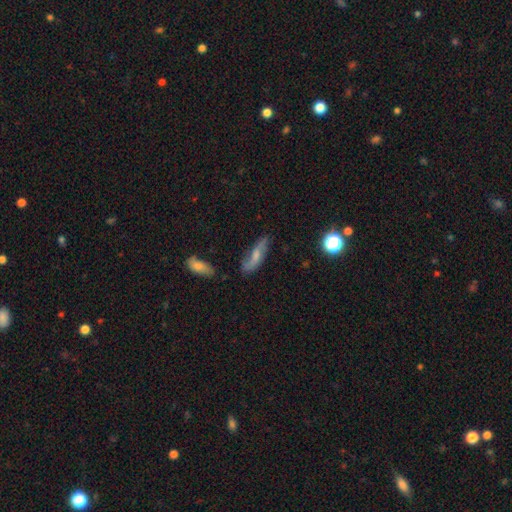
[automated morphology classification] smooth_or_featured: featured or disk (p=0.51) [alt: smooth p=0.40]
disk_edge_on: no (p=0.76) [alt: yes p=0.24]
merging: none (p=0.66) [alt: minor disturbance p=0.22]